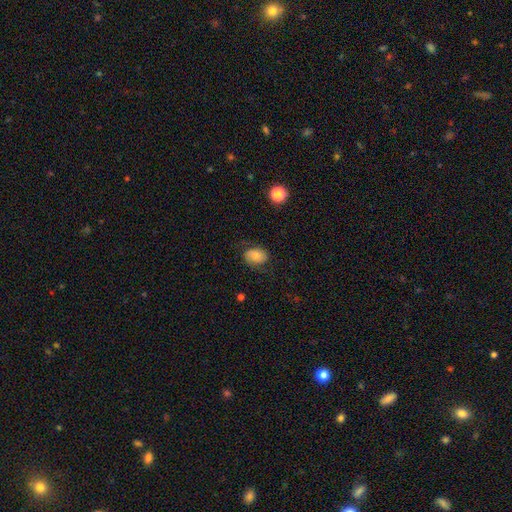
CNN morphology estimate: The model was most divided on "smooth or featured": smooth: 65%, featured or disk: 26%, star or artifact: 10%. More confident: how rounded — in between (72%); merging — none (67%).